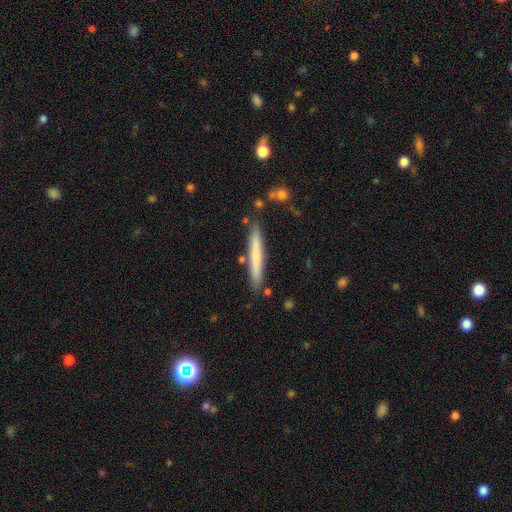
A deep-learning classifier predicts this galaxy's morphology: This appears to be a smooth galaxy with no disk features (63%) that is cigar-shaped (96%). Merging: none (86%).